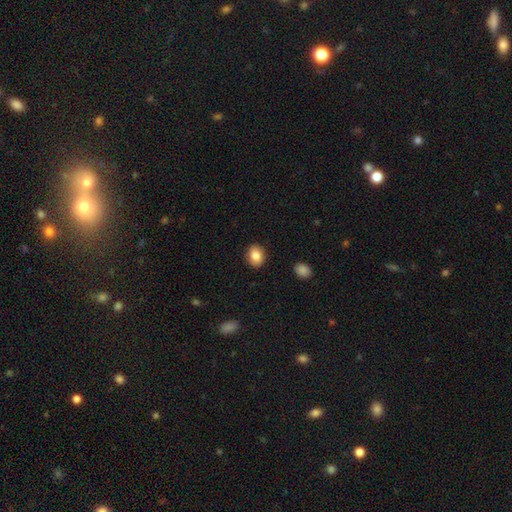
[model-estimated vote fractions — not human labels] Smooth or featured: smooth — 84% (star or artifact — 8%)
How rounded: round — 51% (in between — 48%)
Merging: none — 89% (minor disturbance — 8%)